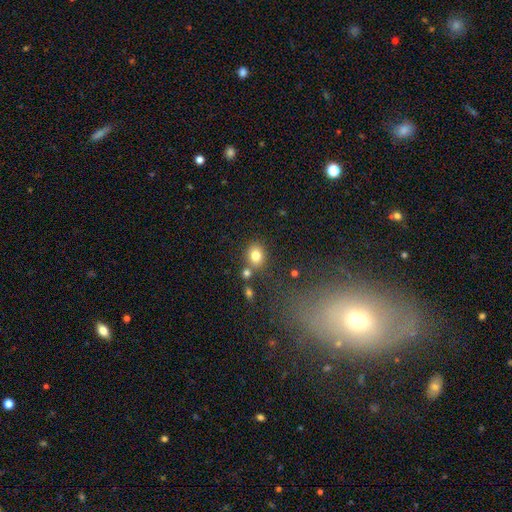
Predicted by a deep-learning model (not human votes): This appears to be a smooth galaxy with no disk features (80%) that is round (60%). Merging: none (70%).